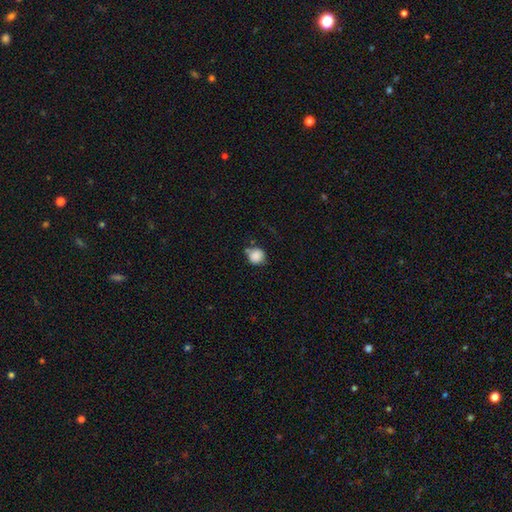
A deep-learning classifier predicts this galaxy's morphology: Q: Smooth or featured?
A: smooth (86%); runner-up: star or artifact (9%)
Q: How rounded?
A: round (87%); runner-up: in between (12%)
Q: Merging?
A: none (60%); runner-up: minor disturbance (22%)